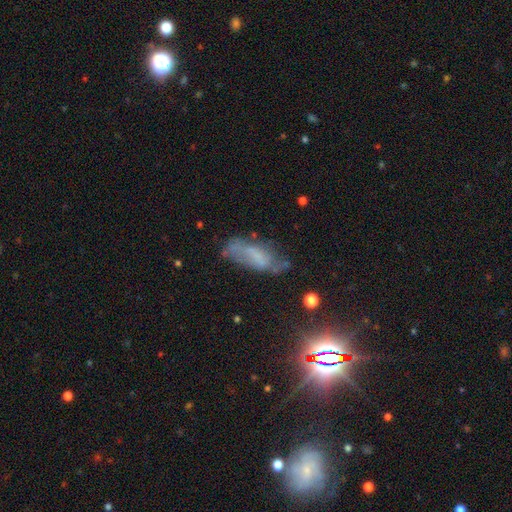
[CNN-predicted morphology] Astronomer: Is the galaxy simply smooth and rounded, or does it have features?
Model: smooth — 42% (runner-up: featured or disk, 40%).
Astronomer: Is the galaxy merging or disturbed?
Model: none — 47% (runner-up: minor disturbance, 30%).